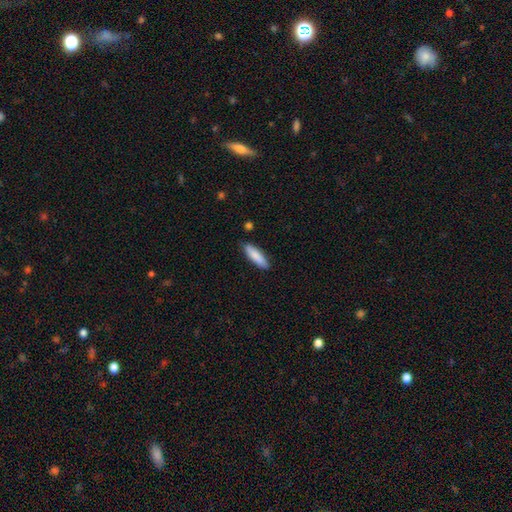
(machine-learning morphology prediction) This appears to be a smooth galaxy with no disk features (85%) that is cigar-shaped (60%). Merging: none (84%).